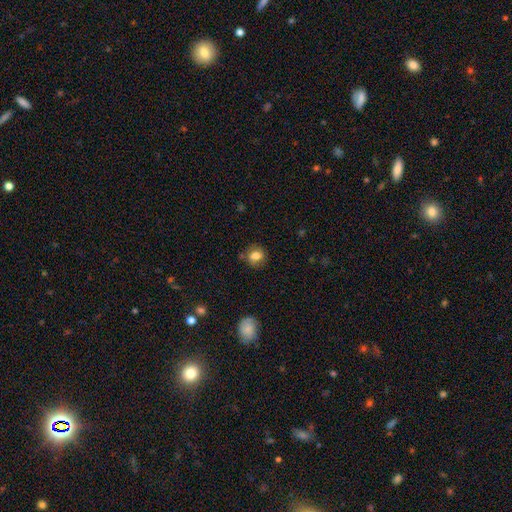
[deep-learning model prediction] Morphology: type=smooth (77%); roundness=round (67%); merging=none (76%).